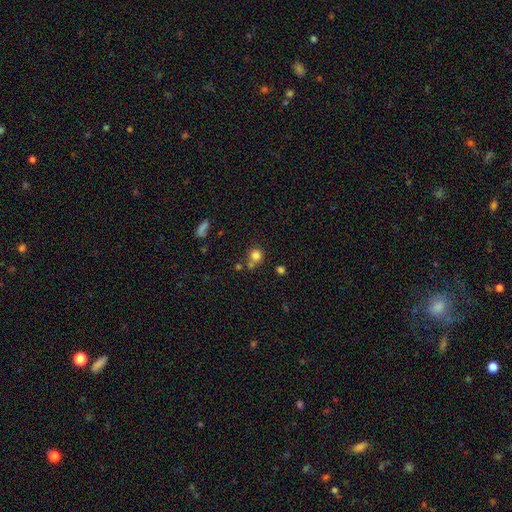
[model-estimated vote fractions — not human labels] smooth 80%, star or artifact 13%, featured or disk 8%. Down the decision tree: how rounded — round (87%); merging — none (59%).